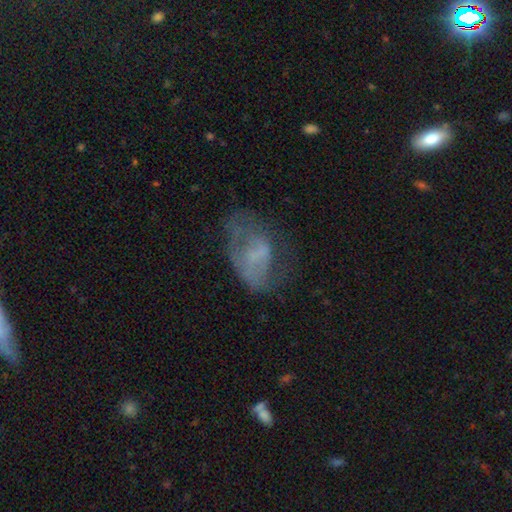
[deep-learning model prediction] Smooth or featured: featured or disk — 46% (smooth — 41%)
Merging: none — 39% (major disturbance — 32%)